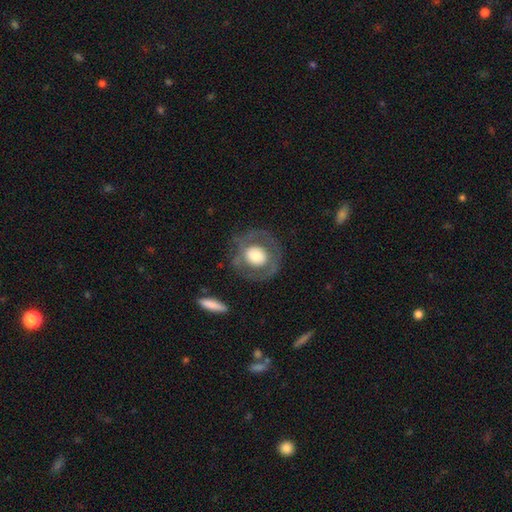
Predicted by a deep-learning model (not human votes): Smooth or featured? Predicted: smooth (p=0.48). Merging? Predicted: none (p=0.72).